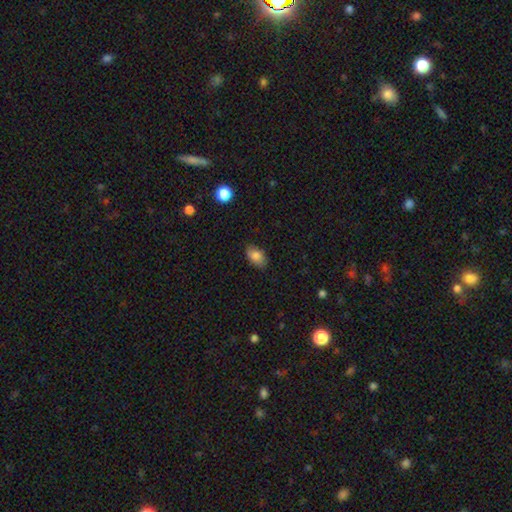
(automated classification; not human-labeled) smooth_or_featured: smooth (p=0.83) [alt: featured or disk p=0.09]
how_rounded: in between (p=0.89) [alt: round p=0.09]
merging: none (p=0.81) [alt: minor disturbance p=0.15]